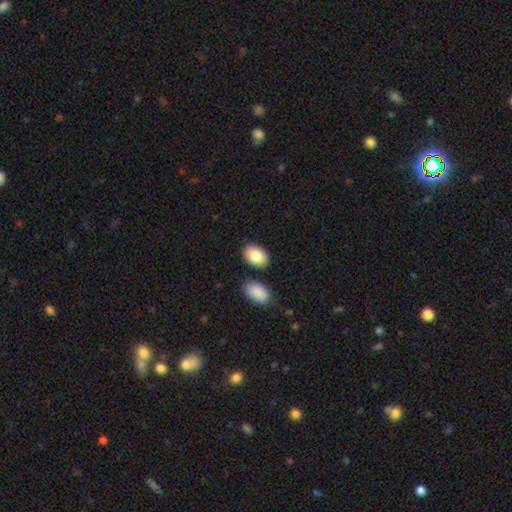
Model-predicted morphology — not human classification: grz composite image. It shows a smooth galaxy with no disk features (85%) that is in between round and cigar-shaped (88%). Merging: none (80%).